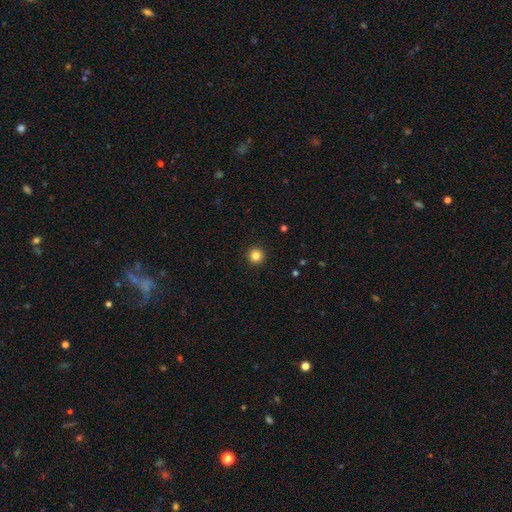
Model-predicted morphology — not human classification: type=smooth (84%); roundness=round (96%); merging=none (93%).